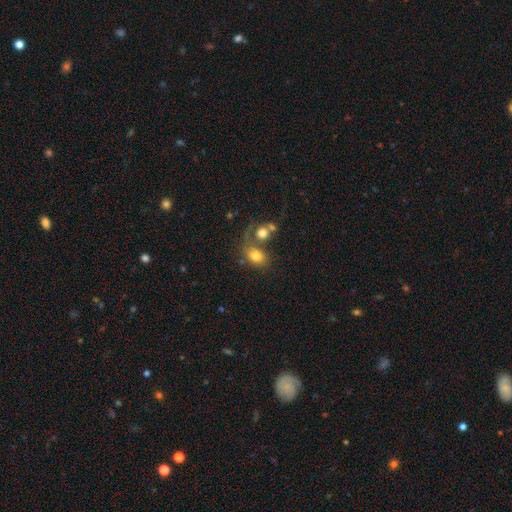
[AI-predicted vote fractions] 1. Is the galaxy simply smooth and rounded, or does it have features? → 77% smooth, 13% featured or disk, 10% star or artifact.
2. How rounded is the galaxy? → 67% in between, 32% round, 1% cigar-shaped.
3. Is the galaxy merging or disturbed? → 40% none, 38% merger, 12% minor disturbance, 10% major disturbance.